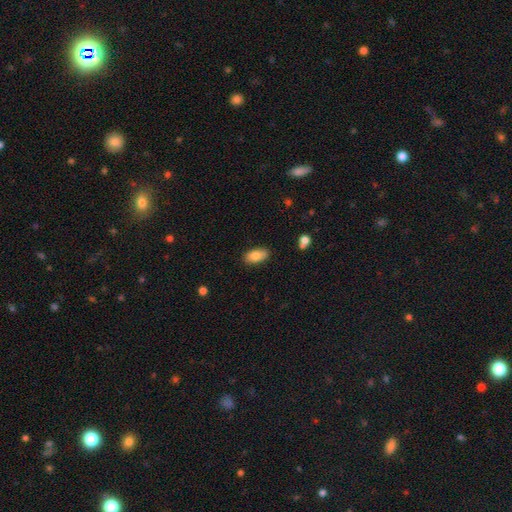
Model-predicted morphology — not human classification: A smooth galaxy with no disk features (84%) that is in between round and cigar-shaped (91%).

Vote fractions:
- Smooth or featured? smooth: 84% / featured or disk: 9% / star or artifact: 7%
- How rounded? in between: 91% / cigar-shaped: 6% / round: 3%
- Merging? none: 85% / minor disturbance: 11% / major disturbance: 2% / merger: 2%